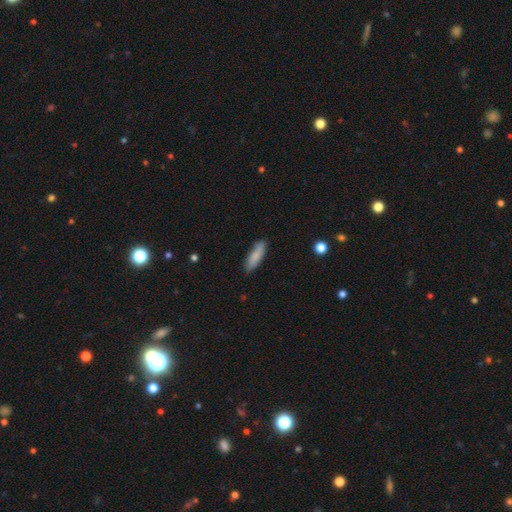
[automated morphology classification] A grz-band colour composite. It shows a smooth galaxy with no disk features (84%) that is cigar-shaped (50%). Merging: none (83%).